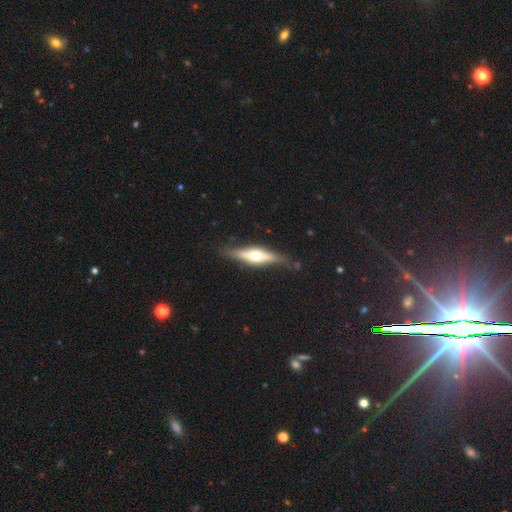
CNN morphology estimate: type=featured or disk (63%); edge-on=yes (91%); edge-on bulge=rounded (89%); merging=none (77%).